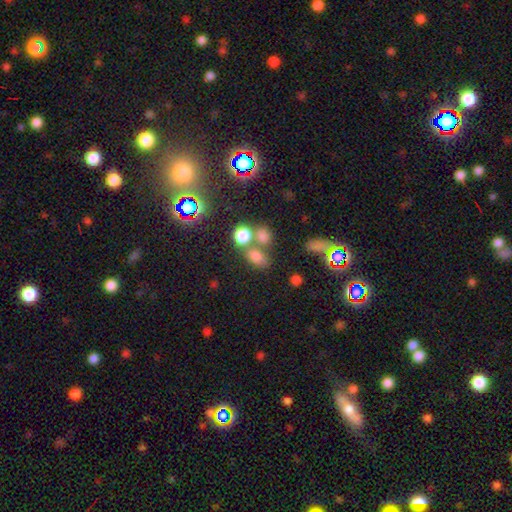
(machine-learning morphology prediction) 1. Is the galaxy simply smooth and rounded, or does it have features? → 74% smooth, 17% star or artifact, 9% featured or disk.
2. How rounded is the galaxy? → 67% in between, 30% round, 3% cigar-shaped.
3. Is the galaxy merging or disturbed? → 47% none, 36% merger, 11% minor disturbance, 6% major disturbance.